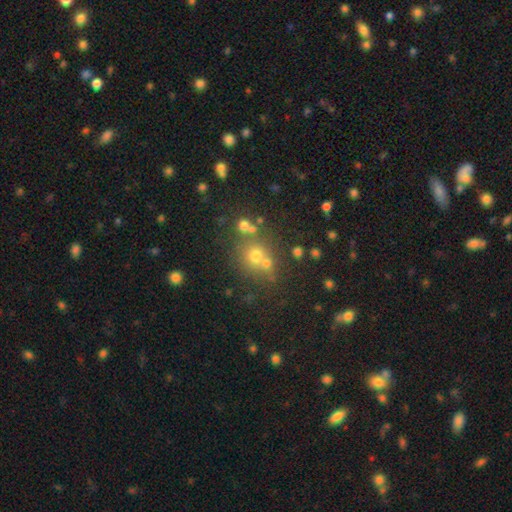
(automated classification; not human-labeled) Morphology: type=smooth (62%); roundness=round (86%); merging=none (59%).